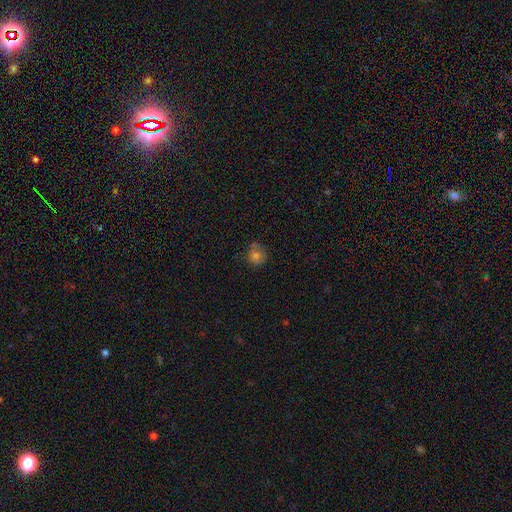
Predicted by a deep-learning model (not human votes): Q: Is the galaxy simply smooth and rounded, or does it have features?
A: smooth — 74%.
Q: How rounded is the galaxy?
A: round — 84%.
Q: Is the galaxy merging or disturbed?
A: none — 68%.